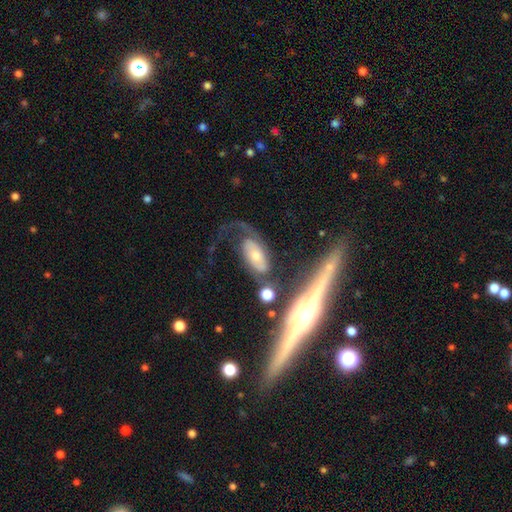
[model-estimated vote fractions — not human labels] featured or disk 68%, smooth 25%, star or artifact 7%. Down the decision tree: edge-on disk — no (88%); bar — no (64%); spiral arms — yes (85%); spiral arm count — 2 (65%); spiral winding — loose (42%); bulge size — moderate (51%); merging — none (38%).